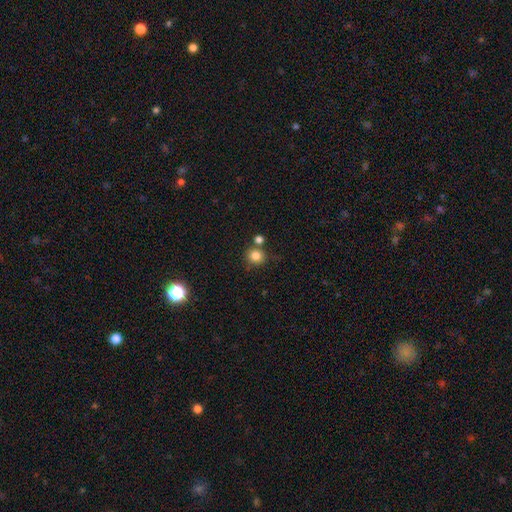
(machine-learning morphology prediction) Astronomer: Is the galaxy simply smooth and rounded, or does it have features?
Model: smooth — 83%.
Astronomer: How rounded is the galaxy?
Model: round — 89%.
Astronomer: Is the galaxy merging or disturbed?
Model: none — 72%.